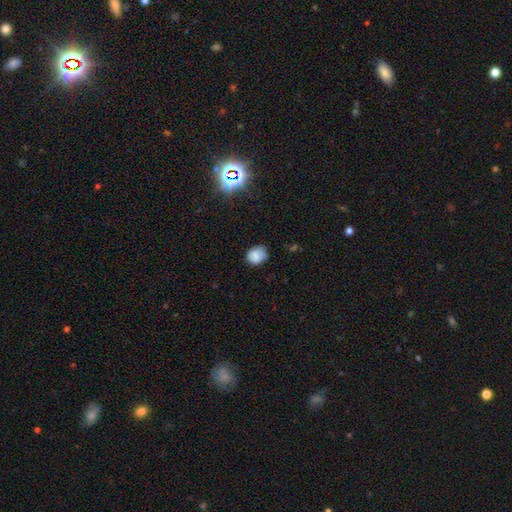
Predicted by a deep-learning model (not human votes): This appears to be a smooth galaxy with no disk features (76%) that is round (58%). Merging: none (69%).